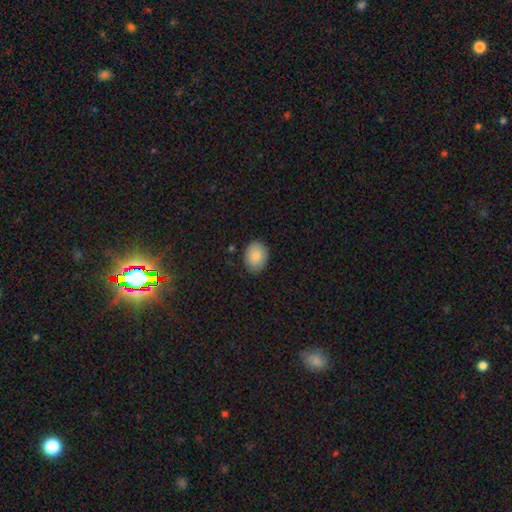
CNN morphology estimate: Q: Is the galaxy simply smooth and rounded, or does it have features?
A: smooth — 85%.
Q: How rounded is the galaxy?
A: in between — 64%.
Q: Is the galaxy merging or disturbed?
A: none — 86%.